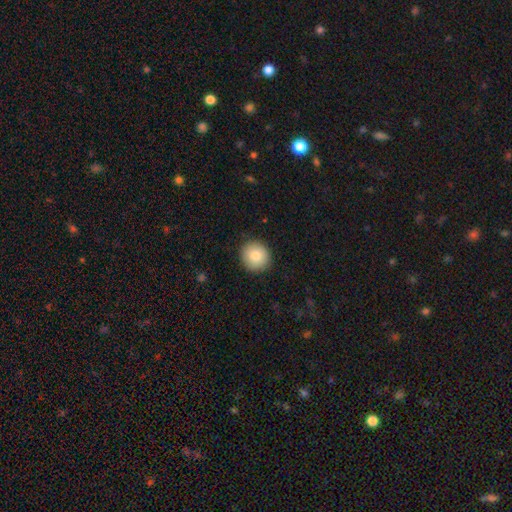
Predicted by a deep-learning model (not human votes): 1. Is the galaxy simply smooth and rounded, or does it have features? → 87% smooth, 8% star or artifact, 6% featured or disk.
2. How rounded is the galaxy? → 89% round, 10% in between, 1% cigar-shaped.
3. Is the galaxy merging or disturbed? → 90% none, 7% minor disturbance, 2% major disturbance, 1% merger.